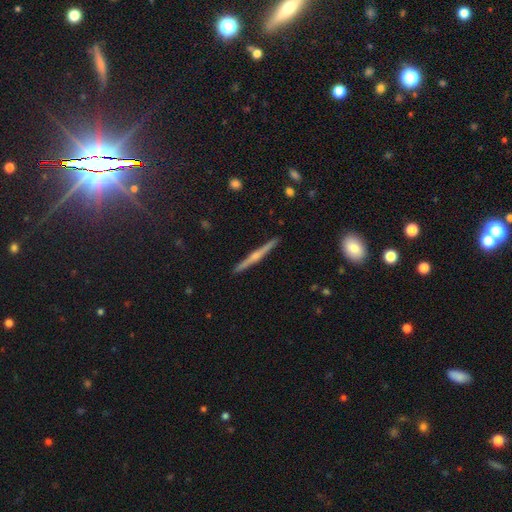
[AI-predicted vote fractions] featured or disk 74%, smooth 19%, star or artifact 7%. Down the decision tree: edge-on disk — yes (98%); edge-on bulge — rounded (78%); merging — none (92%).